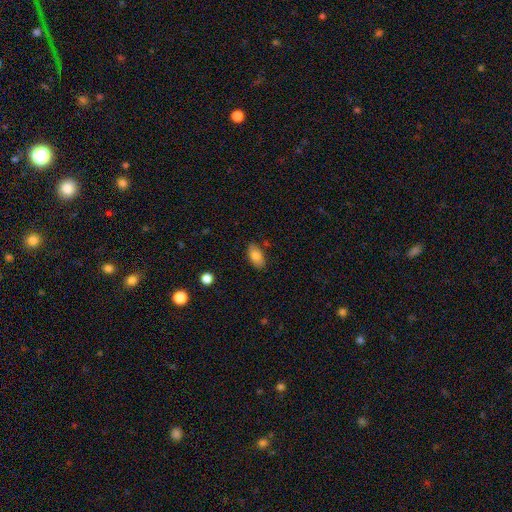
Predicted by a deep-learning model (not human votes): The model was most divided on "smooth or featured": smooth: 80%, featured or disk: 12%, star or artifact: 8%. More confident: how rounded — in between (92%); merging — none (82%).